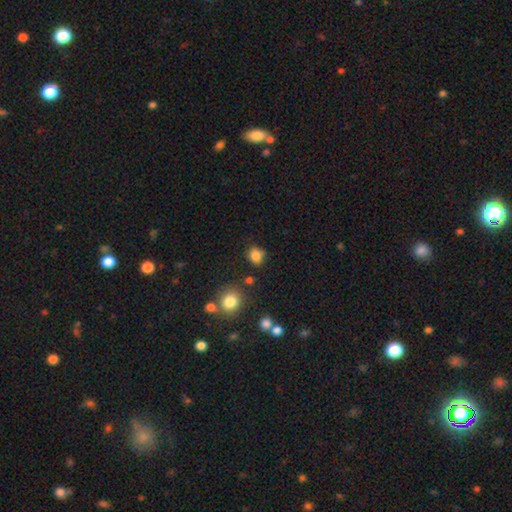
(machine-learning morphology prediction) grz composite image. It shows a smooth galaxy with no disk features (83%) that is round (71%). Merging: none (75%).